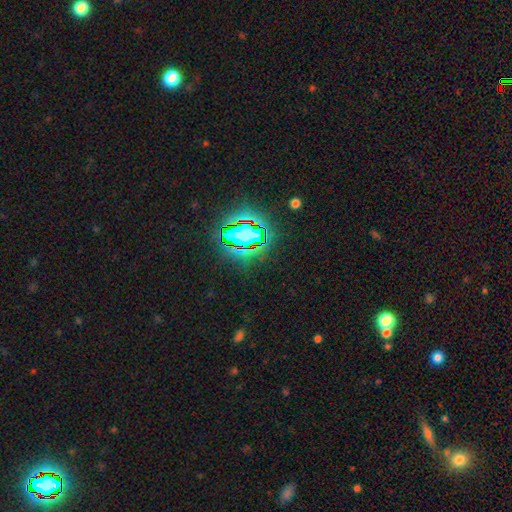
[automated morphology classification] Smooth or featured? Predicted: star or artifact (p=0.83).